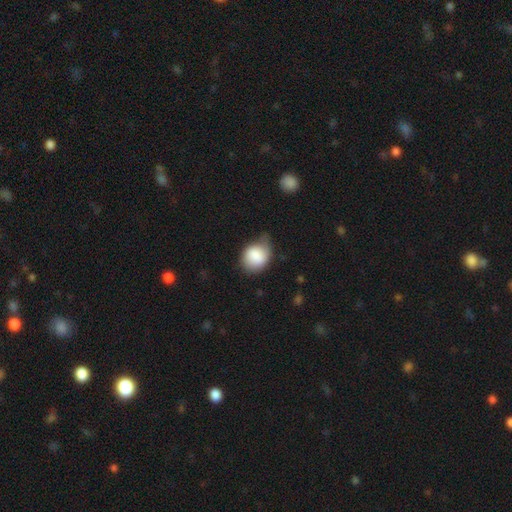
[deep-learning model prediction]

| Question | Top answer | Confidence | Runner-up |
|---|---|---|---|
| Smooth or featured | smooth | 84% | featured or disk (9%) |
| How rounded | round | 53% | in between (46%) |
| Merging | minor disturbance | 44% | none (39%) |